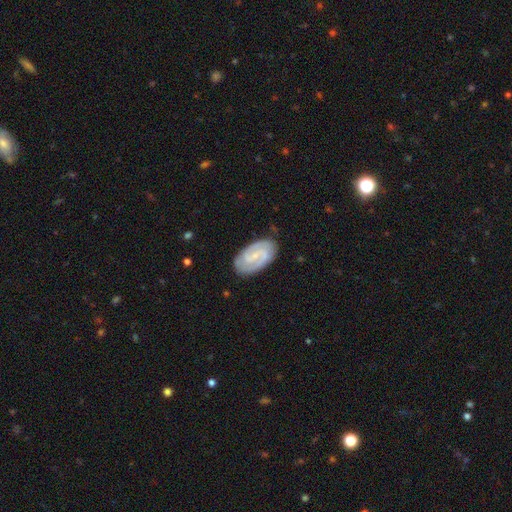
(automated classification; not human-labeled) Smooth or featured? Predicted: featured or disk (p=0.84). Edge-on disk? Predicted: no (p=0.97). Bar? Predicted: weak (p=0.50). Spiral arms? Predicted: yes (p=0.97). Spiral winding? Predicted: tight (p=0.51). Spiral arm count? Predicted: 2 (p=0.84). Bulge size? Predicted: small (p=0.67). Merging? Predicted: none (p=0.84).